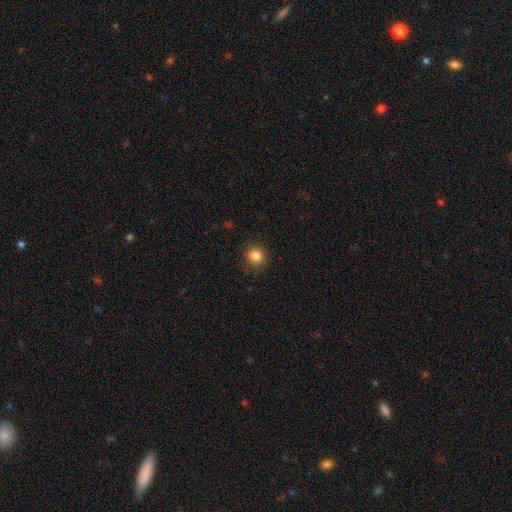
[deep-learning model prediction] A smooth galaxy with no disk features (85%) that is round (89%). Merging: none (83%).